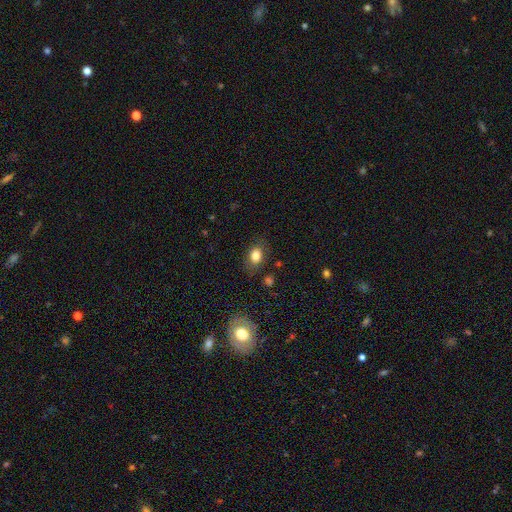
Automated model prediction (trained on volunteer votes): Smooth or featured: smooth — 80% (featured or disk — 10%)
How rounded: in between — 78% (round — 21%)
Merging: none — 77% (minor disturbance — 16%)